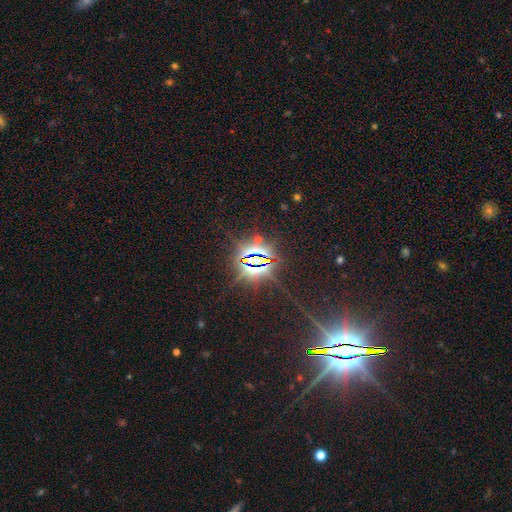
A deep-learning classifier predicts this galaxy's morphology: This appears to be a star or artifact, not a galaxy (85%).